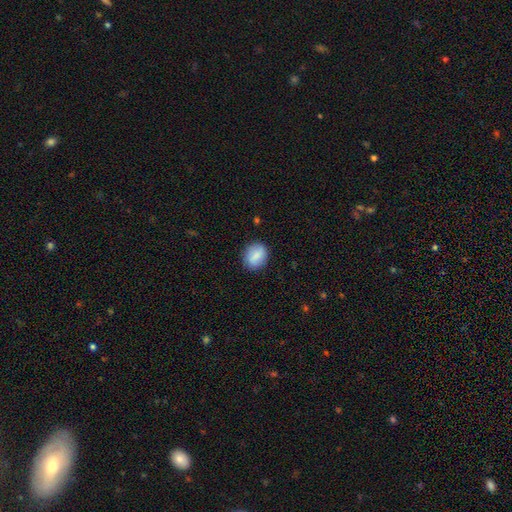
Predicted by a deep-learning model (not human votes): Morphology: type=smooth (83%); roundness=round (56%); merging=none (85%).